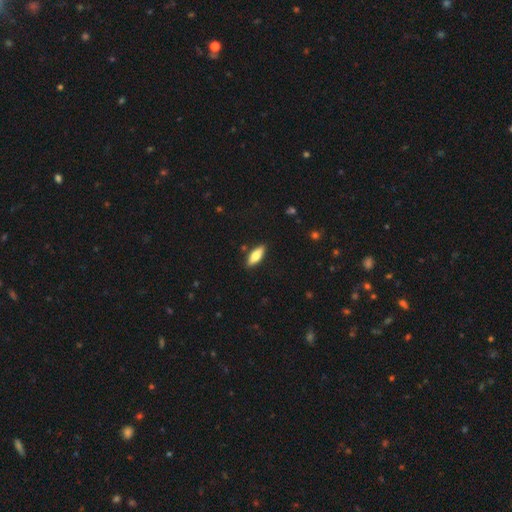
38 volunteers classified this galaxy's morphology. Smooth or featured? smooth (76%)
How rounded? in between (72%)
Merging? none (97%)